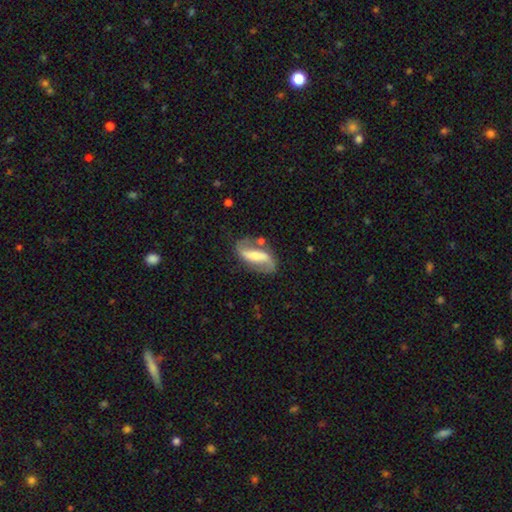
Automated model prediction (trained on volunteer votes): Morphology: type=featured or disk (81%); edge-on=no (94%); bar=strong (54%); spiral arms=yes (93%); winding=loose (58%); arm count=2 (92%); bulge=moderate (40%); merging=none (74%).